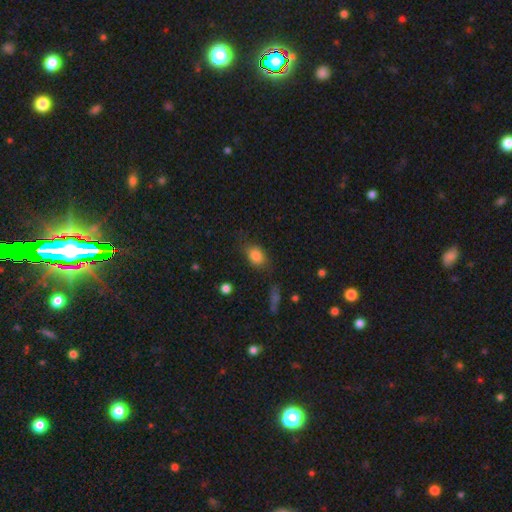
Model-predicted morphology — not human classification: smooth_or_featured: smooth (p=0.82) [alt: star or artifact p=0.10]
how_rounded: in between (p=0.72) [alt: round p=0.25]
merging: none (p=0.72) [alt: minor disturbance p=0.19]